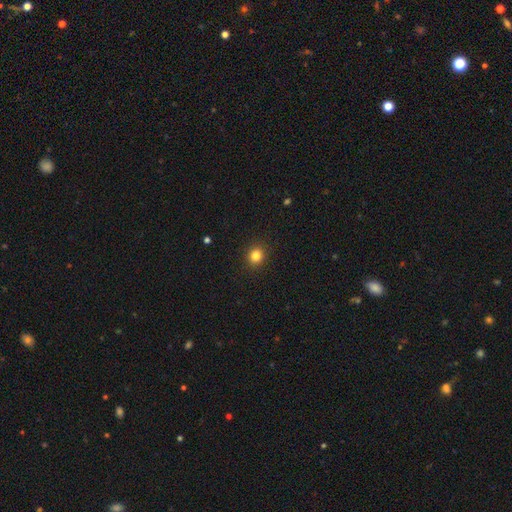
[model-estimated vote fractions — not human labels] smooth 83%, star or artifact 12%, featured or disk 5%. Down the decision tree: how rounded — round (83%); merging — none (91%).